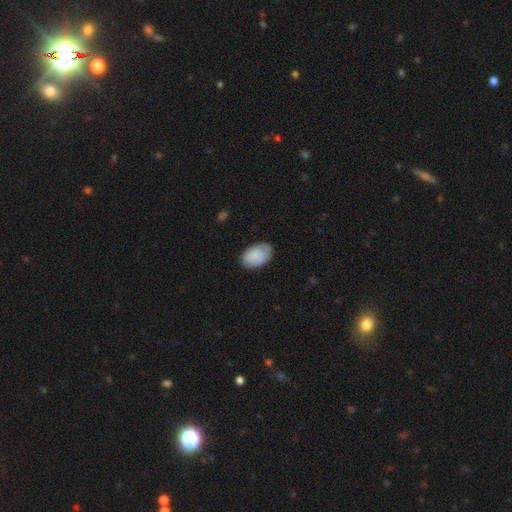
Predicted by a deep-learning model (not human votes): A smooth galaxy with no disk features (87%) that is in between round and cigar-shaped (91%). Merging: none (81%).